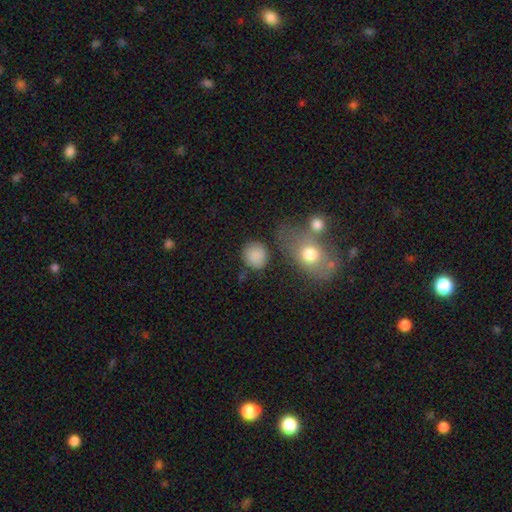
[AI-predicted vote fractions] Morphology: type=smooth (85%); roundness=round (79%); merging=none (69%).